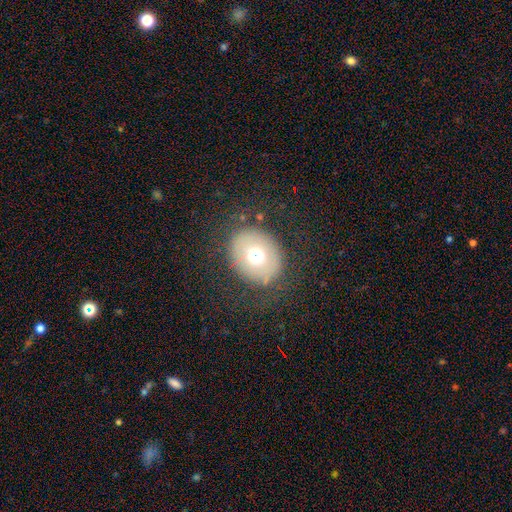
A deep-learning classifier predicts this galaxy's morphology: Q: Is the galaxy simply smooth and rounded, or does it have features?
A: smooth — 62%.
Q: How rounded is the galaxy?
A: round — 59%.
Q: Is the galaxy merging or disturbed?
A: none — 72%.